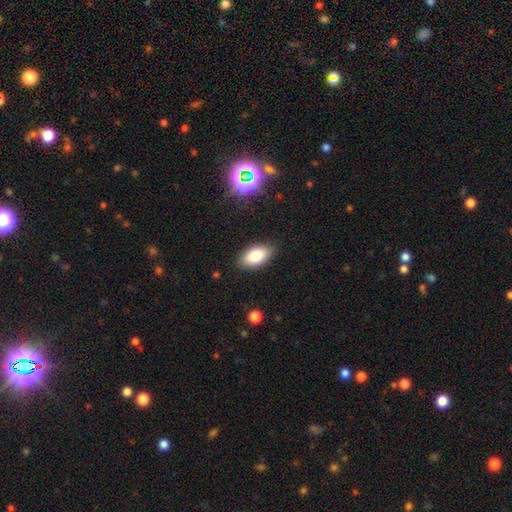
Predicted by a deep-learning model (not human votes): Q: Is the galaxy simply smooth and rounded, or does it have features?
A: smooth — 81%.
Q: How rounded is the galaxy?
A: in between — 93%.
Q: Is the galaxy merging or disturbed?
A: none — 87%.